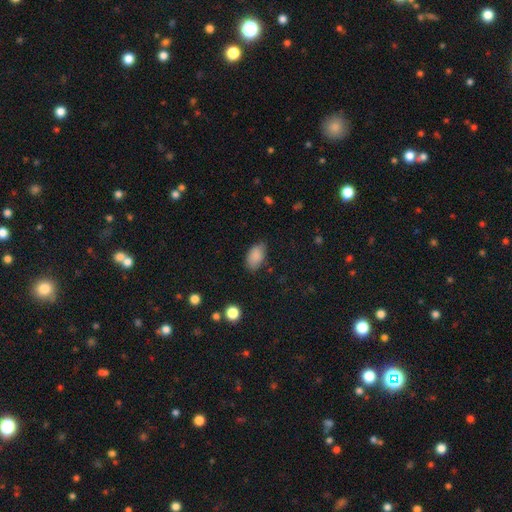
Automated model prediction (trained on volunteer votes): Smooth or featured?
  - smooth: 87% *
  - star or artifact: 8%
  - featured or disk: 5%
How rounded?
  - in between: 93% *
  - round: 5%
  - cigar-shaped: 2%
Merging?
  - none: 78% *
  - minor disturbance: 17%
  - major disturbance: 4%
  - merger: 1%